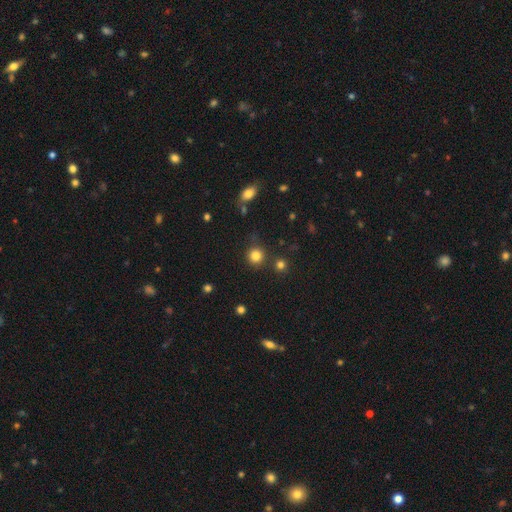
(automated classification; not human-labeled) Smooth or featured? Predicted: smooth (p=0.82). How rounded? Predicted: round (p=0.92). Merging? Predicted: none (p=0.83).